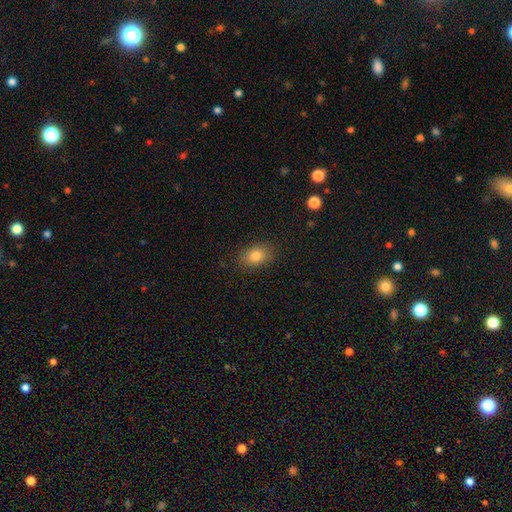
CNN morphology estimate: smooth 83%, star or artifact 10%, featured or disk 7%. Down the decision tree: how rounded — in between (72%); merging — none (86%).